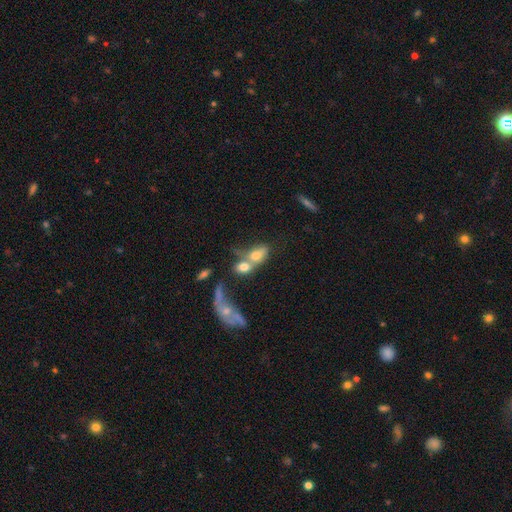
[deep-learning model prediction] Overall: smooth (58%; featured or disk 29%). How rounded: in between (74%). Merging: merger (65%).